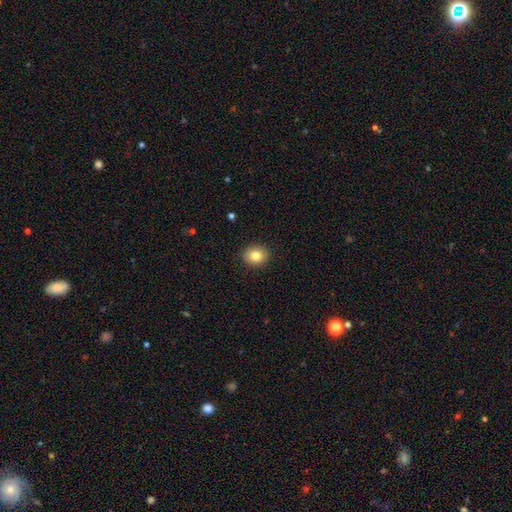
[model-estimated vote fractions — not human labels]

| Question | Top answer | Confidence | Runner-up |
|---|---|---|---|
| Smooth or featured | smooth | 81% | star or artifact (10%) |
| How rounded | round | 72% | in between (27%) |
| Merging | none | 90% | minor disturbance (7%) |